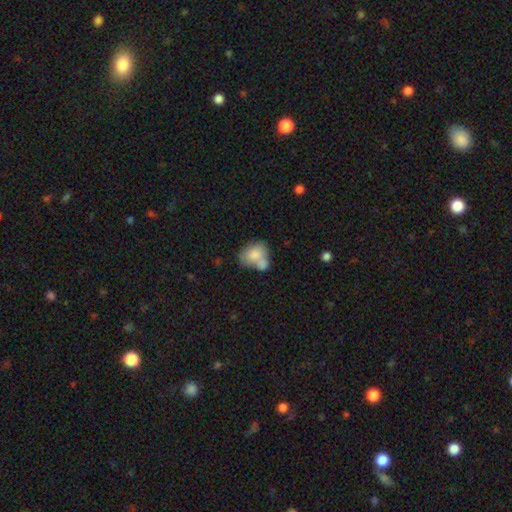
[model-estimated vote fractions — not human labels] Morphology: type=smooth (76%); roundness=in between (67%); merging=merger (51%).